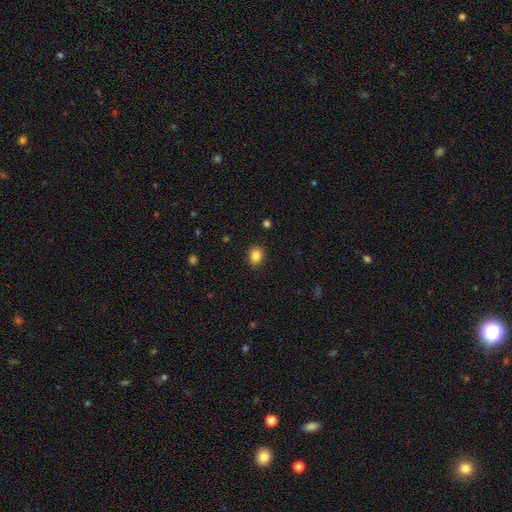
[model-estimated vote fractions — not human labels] Overall: smooth (85%). How rounded: round (66%; in between 33%). Merging: none (89%).